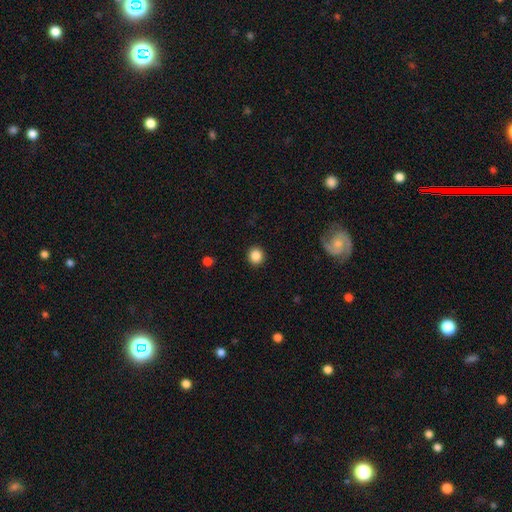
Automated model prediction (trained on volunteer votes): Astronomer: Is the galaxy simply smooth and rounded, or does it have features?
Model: smooth — 86%.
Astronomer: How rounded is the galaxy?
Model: round — 88%.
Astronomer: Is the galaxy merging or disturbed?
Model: none — 91%.